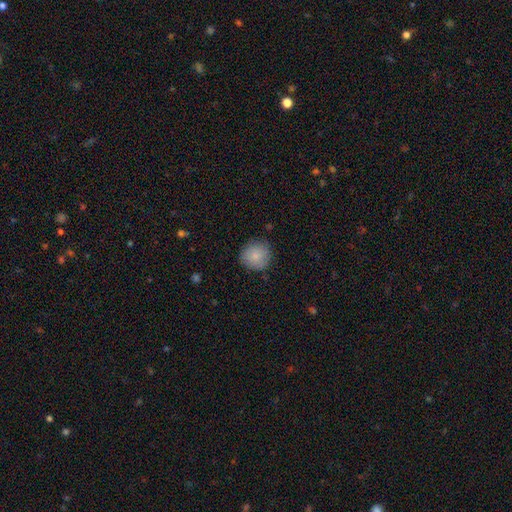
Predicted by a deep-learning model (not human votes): Smooth or featured? Predicted: smooth (p=0.84). How rounded? Predicted: round (p=0.89). Merging? Predicted: none (p=0.83).